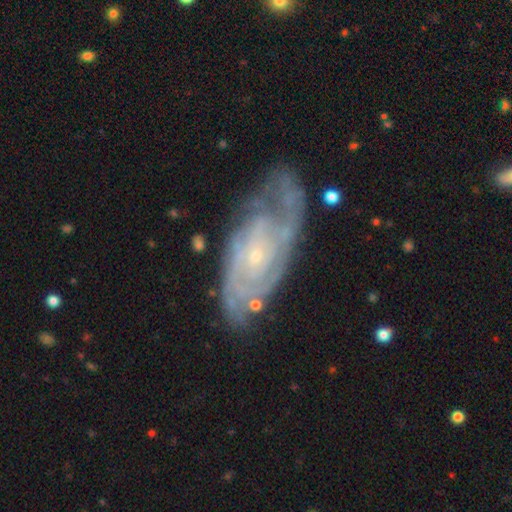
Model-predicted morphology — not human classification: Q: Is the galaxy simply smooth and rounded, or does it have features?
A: featured or disk — 85%.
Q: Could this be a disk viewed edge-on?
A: no — 93%.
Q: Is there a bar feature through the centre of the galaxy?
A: no — 71%.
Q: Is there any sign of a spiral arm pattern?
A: yes — 93%.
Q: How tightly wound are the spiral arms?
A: tight — 63%.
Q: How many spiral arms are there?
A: can't tell — 39%.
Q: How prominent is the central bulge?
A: small — 83%.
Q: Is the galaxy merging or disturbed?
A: none — 66%.